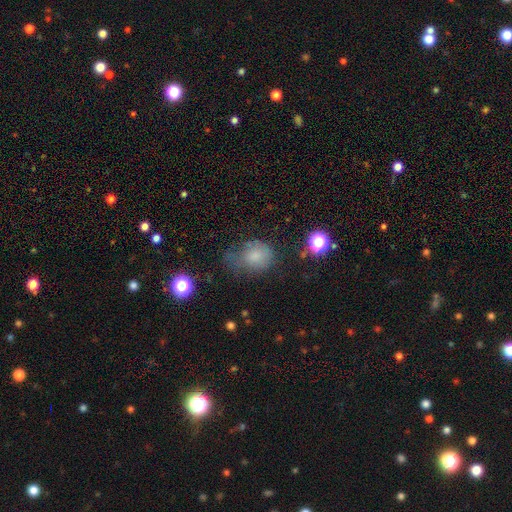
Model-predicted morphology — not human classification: type=smooth (71%); roundness=in between (50%); merging=none (37%).